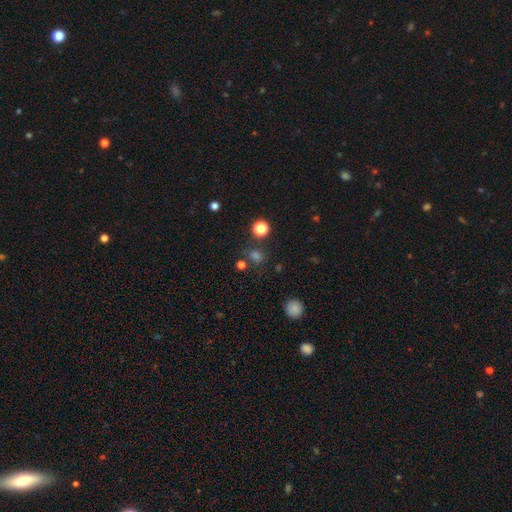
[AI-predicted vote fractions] Smooth or featured? Predicted: smooth (p=0.63). How rounded? Predicted: round (p=0.74). Merging? Predicted: none (p=0.76).